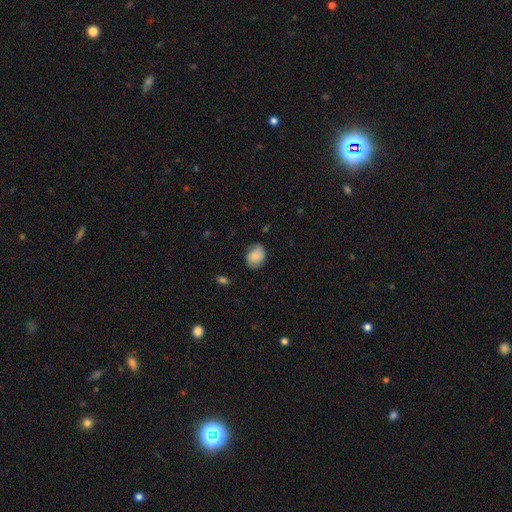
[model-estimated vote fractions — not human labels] A smooth galaxy with no disk features (83%) that is in between round and cigar-shaped (61%).

Vote fractions:
- Smooth or featured? smooth: 83% / featured or disk: 10% / star or artifact: 7%
- How rounded? in between: 61% / round: 38% / cigar-shaped: 1%
- Merging? none: 71% / minor disturbance: 23% / major disturbance: 5% / merger: 1%